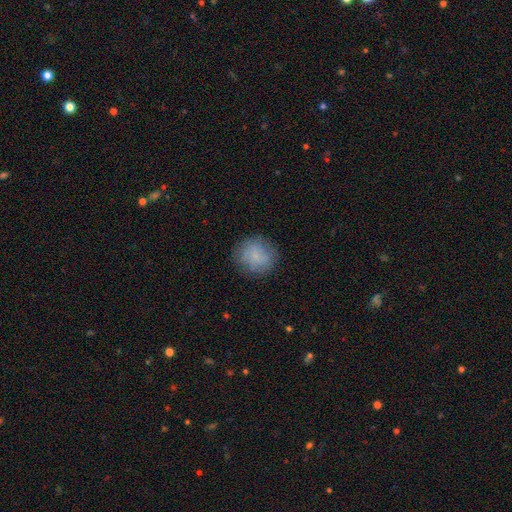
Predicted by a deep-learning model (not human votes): smooth-or-featured: smooth: 78% | featured or disk: 13% | star or artifact: 9%
  how-rounded: round: 88% | in between: 11% | cigar-shaped: 1%
  merging: none: 81% | minor disturbance: 13% | major disturbance: 4% | merger: 1%